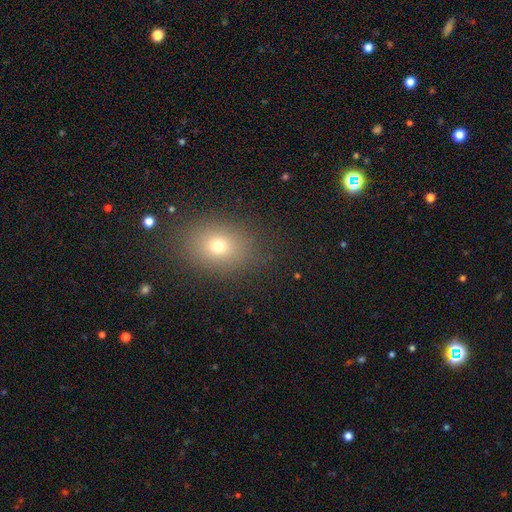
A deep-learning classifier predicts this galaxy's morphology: Smooth or featured? Predicted: smooth (p=0.66). How rounded? Predicted: in between (p=0.62). Merging? Predicted: none (p=0.86).